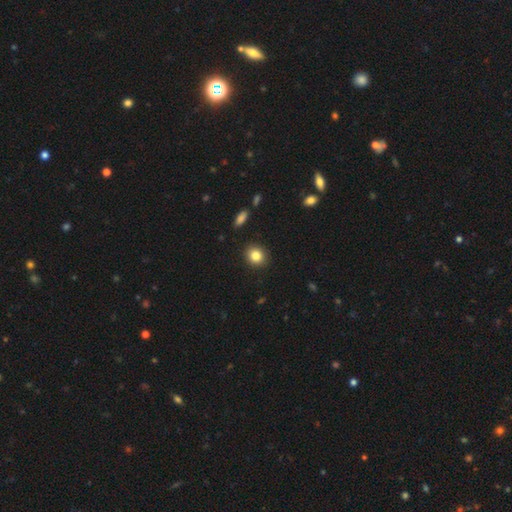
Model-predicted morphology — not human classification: A smooth galaxy with no disk features (83%) that is round (75%).

Vote fractions:
- Smooth or featured? smooth: 83% / star or artifact: 10% / featured or disk: 6%
- How rounded? round: 75% / in between: 24% / cigar-shaped: 1%
- Merging? none: 90% / minor disturbance: 7% / major disturbance: 2% / merger: 1%